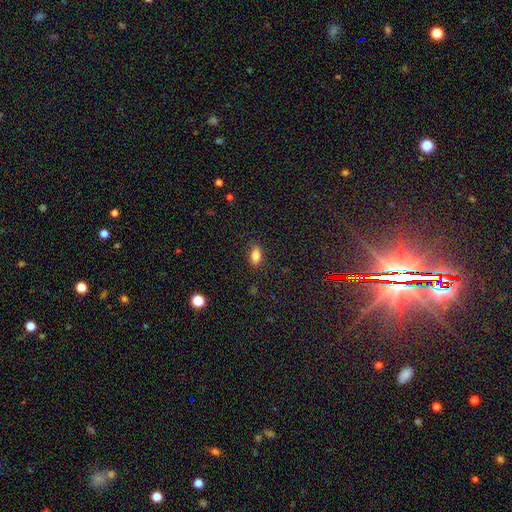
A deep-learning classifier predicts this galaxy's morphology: smooth 80%, featured or disk 10%, star or artifact 10%. Down the decision tree: how rounded — in between (86%); merging — none (86%).